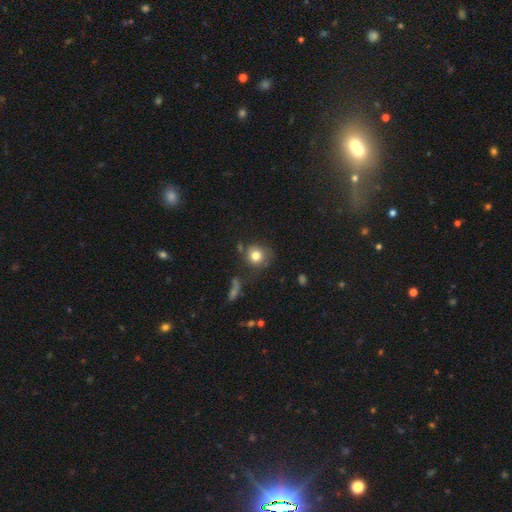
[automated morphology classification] A smooth galaxy with no disk features (80%) that is round (88%). Merging: none (72%).